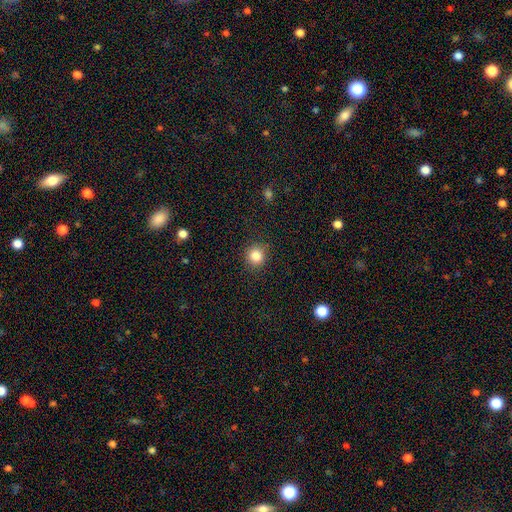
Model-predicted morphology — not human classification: Smooth or featured? Predicted: smooth (p=0.85). How rounded? Predicted: round (p=0.89). Merging? Predicted: none (p=0.89).